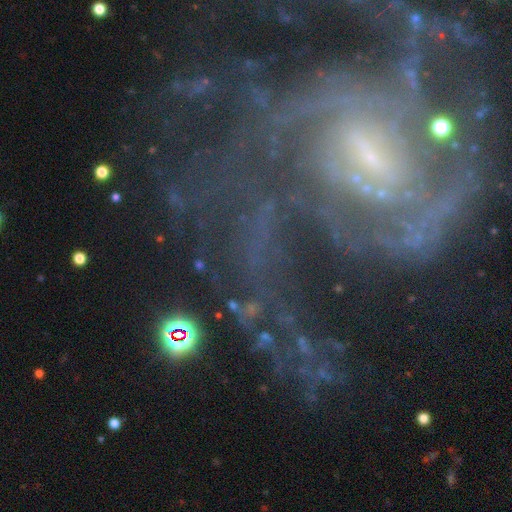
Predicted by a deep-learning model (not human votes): smooth_or_featured: featured or disk (p=0.66) [alt: star or artifact p=0.23]
disk_edge_on: no (p=0.93) [alt: yes p=0.07]
bar: no (p=0.38) [alt: weak p=0.35]
has_spiral_arms: yes (p=0.85) [alt: no p=0.15]
spiral_winding: tight (p=0.54) [alt: medium p=0.31]
spiral_arm_count: can't tell (p=0.32) [alt: 2 p=0.22]
bulge_size: small (p=0.61) [alt: moderate p=0.21]
merging: none (p=0.58) [alt: major disturbance p=0.20]